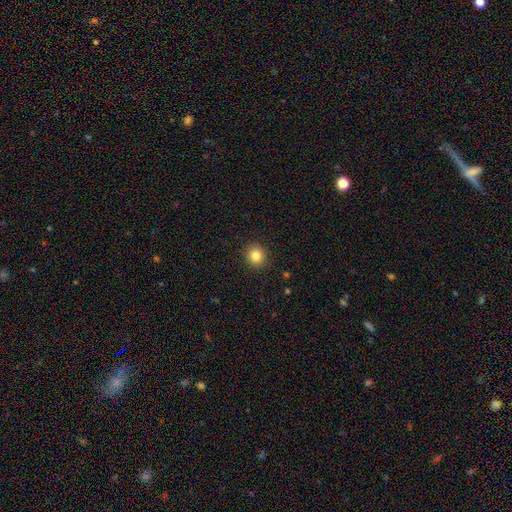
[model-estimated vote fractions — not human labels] The model was most divided on "smooth or featured": smooth: 83%, star or artifact: 11%, featured or disk: 6%. More confident: merging — none (92%); how rounded — round (91%).